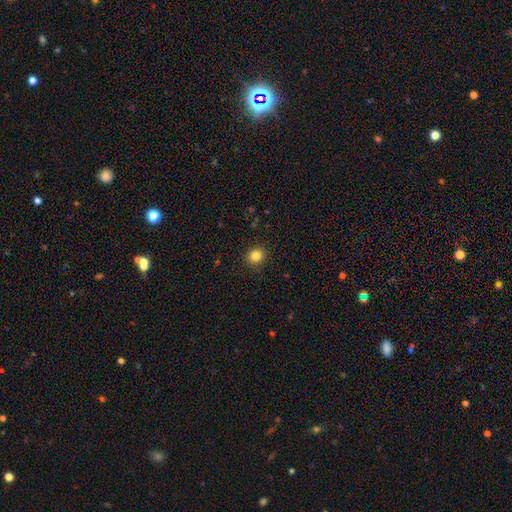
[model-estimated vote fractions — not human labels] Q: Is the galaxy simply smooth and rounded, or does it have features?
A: smooth — 83%.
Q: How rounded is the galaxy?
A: round — 85%.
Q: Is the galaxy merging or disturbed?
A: none — 90%.